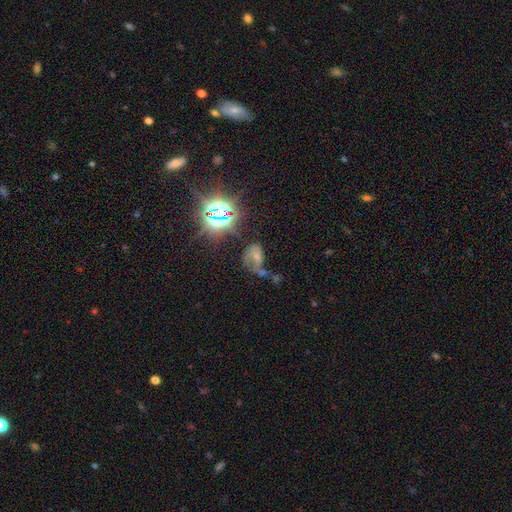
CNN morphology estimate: smooth 38%, star or artifact 33%, featured or disk 30%. Down the decision tree: merging — major disturbance (32%).